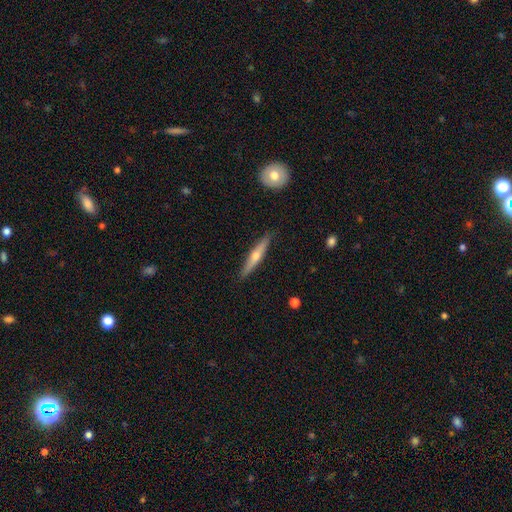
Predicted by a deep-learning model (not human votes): This appears to be a featured or disk galaxy (57%) viewed edge-on (95%) with a rounded central bulge (88%). Merging: none (88%).